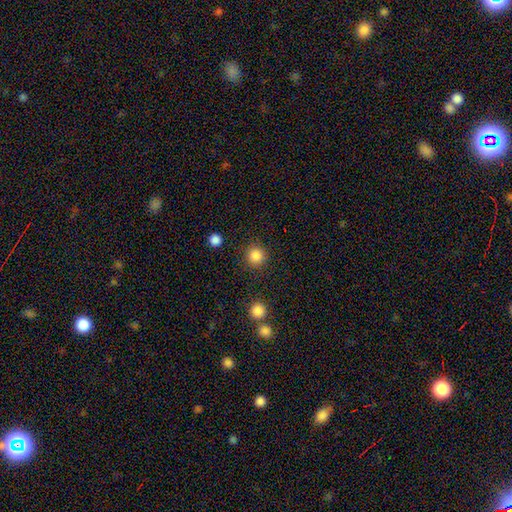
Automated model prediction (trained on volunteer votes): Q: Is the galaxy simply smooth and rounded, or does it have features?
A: smooth — 86%.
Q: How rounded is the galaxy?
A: round — 94%.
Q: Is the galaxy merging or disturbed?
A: none — 89%.